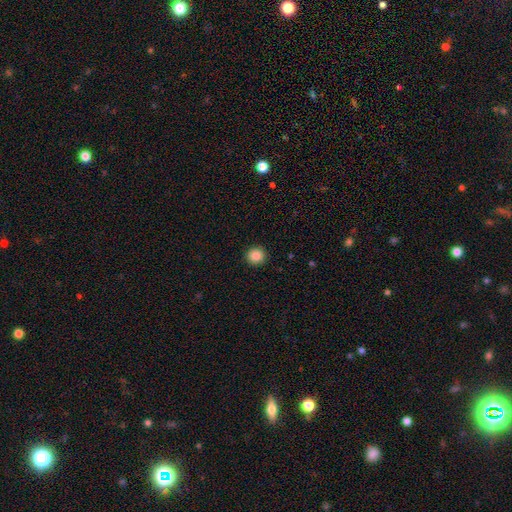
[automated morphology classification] smooth-or-featured: smooth: 86% | star or artifact: 10% | featured or disk: 4%
  how-rounded: round: 93% | in between: 6% | cigar-shaped: 1%
  merging: none: 93% | minor disturbance: 5% | major disturbance: 2% | merger: 1%